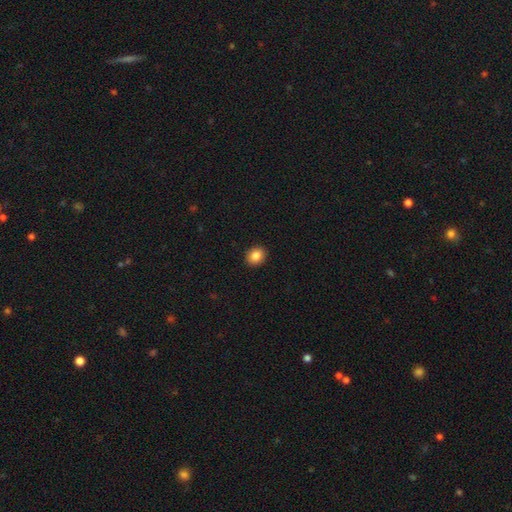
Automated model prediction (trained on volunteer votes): This appears to be a smooth galaxy with no disk features (86%) that is round (61%). Merging: none (92%).